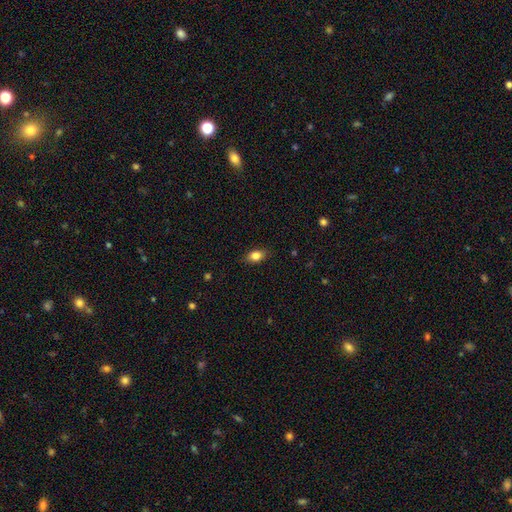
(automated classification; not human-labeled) smooth-or-featured: smooth: 82% | featured or disk: 10% | star or artifact: 9%
  how-rounded: in between: 80% | round: 15% | cigar-shaped: 4%
  merging: none: 84% | minor disturbance: 12% | major disturbance: 3% | merger: 1%